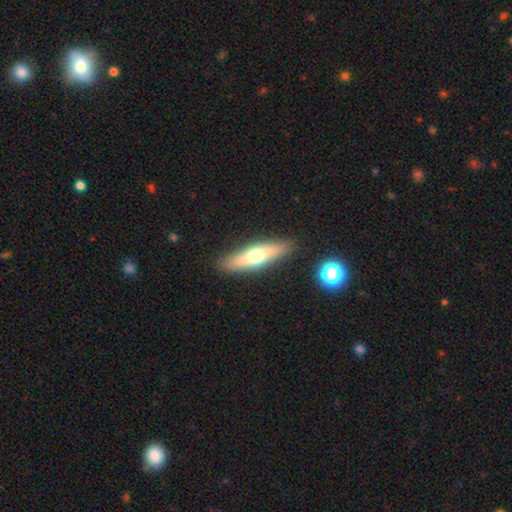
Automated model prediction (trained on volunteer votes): A smooth galaxy with no disk features (53%) that is cigar-shaped (70%). Merging: none (89%).